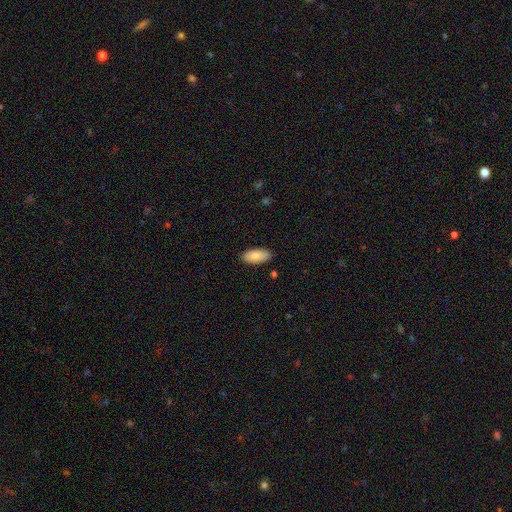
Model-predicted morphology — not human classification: Smooth or featured?
  - smooth: 86% *
  - featured or disk: 8%
  - star or artifact: 6%
How rounded?
  - in between: 91% *
  - cigar-shaped: 8%
  - round: 2%
Merging?
  - none: 88% *
  - minor disturbance: 9%
  - major disturbance: 2%
  - merger: 1%